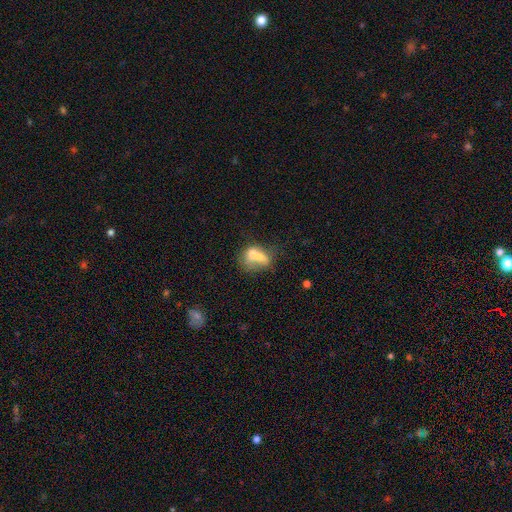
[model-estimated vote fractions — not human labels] This is possibly a smooth galaxy (59%). How rounded: possibly in between (52%). Merging: likely merger (68%).